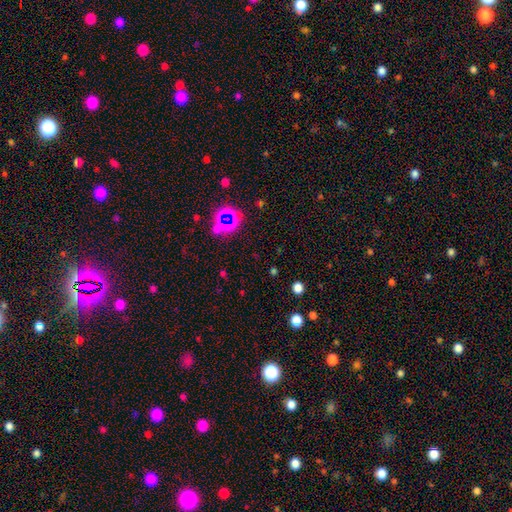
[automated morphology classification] smooth-or-featured: star or artifact: 62% | smooth: 30% | featured or disk: 8%